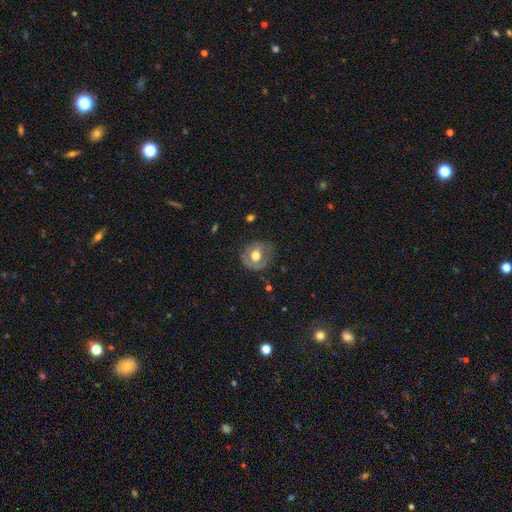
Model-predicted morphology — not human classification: Smooth or featured? Predicted: smooth (p=0.52). How rounded? Predicted: round (p=0.80). Merging? Predicted: none (p=0.68).